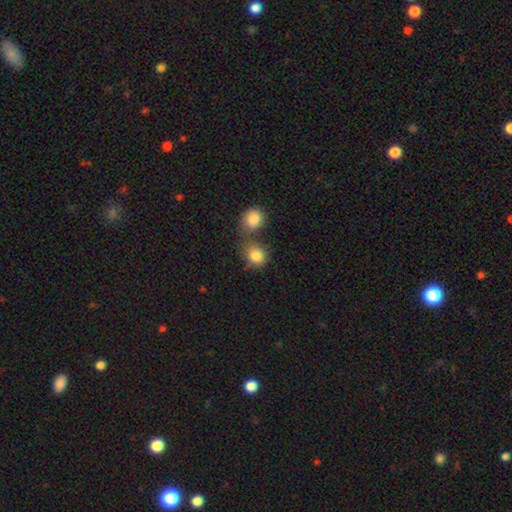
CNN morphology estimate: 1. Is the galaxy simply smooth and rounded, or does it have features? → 85% smooth, 9% star or artifact, 7% featured or disk.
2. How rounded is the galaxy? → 79% round, 20% in between, 1% cigar-shaped.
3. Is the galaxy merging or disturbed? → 47% none, 37% merger, 11% minor disturbance, 5% major disturbance.